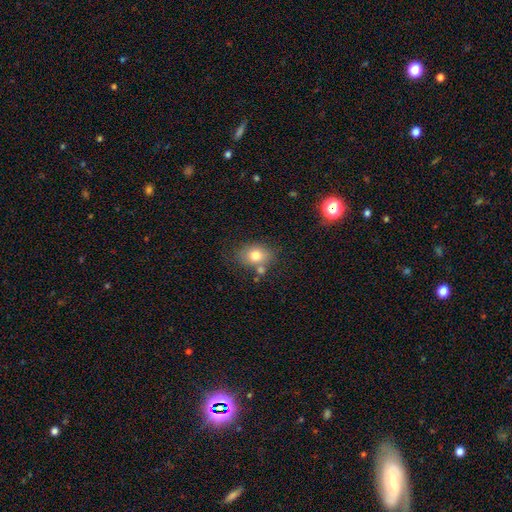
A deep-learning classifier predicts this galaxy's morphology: Smooth or featured? smooth (76%)
How rounded? in between (61%)
Merging? none (65%)